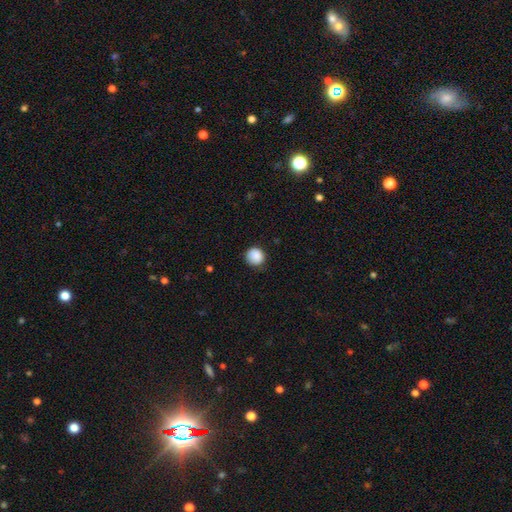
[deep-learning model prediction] Overall: smooth (88%). How rounded: round (92%). Merging: none (80%).